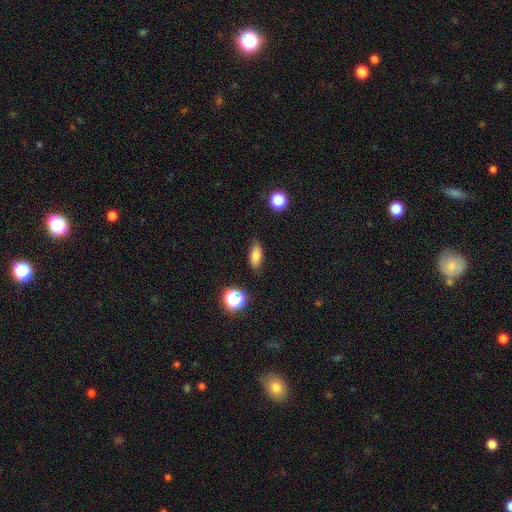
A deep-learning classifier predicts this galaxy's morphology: type=smooth (78%); roundness=in between (76%); merging=none (82%).